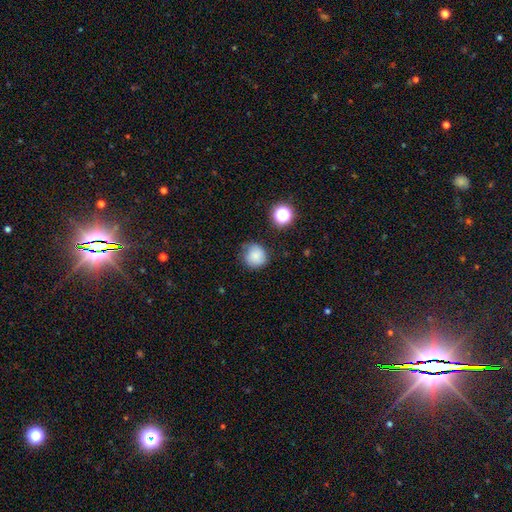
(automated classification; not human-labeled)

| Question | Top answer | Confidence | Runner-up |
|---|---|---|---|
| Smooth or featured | smooth | 81% | star or artifact (11%) |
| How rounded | round | 88% | in between (11%) |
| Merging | none | 68% | minor disturbance (24%) |